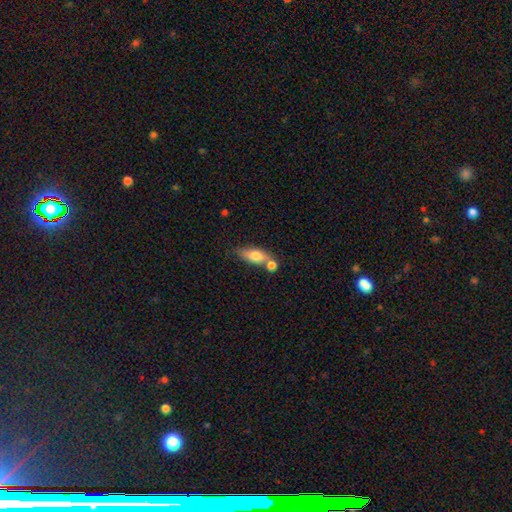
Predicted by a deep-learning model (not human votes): This appears to be a smooth galaxy with no disk features (73%) that is in between round and cigar-shaped (74%). Merging: none (44%).